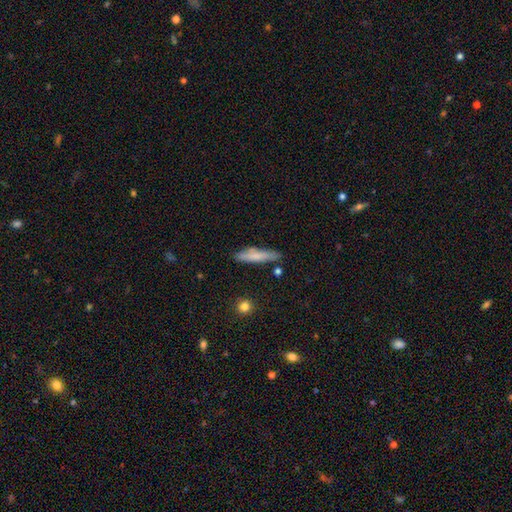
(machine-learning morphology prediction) Q: Smooth or featured?
A: smooth (73%); runner-up: featured or disk (20%)
Q: How rounded?
A: cigar-shaped (84%); runner-up: in between (15%)
Q: Merging?
A: none (79%); runner-up: minor disturbance (14%)